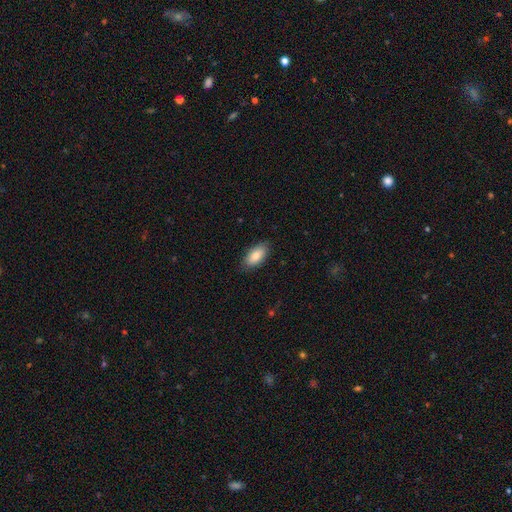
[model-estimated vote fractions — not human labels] The model was most divided on "merging": none: 85%, minor disturbance: 12%, major disturbance: 2%, merger: 1%. More confident: how rounded — in between (93%); smooth or featured — smooth (84%).